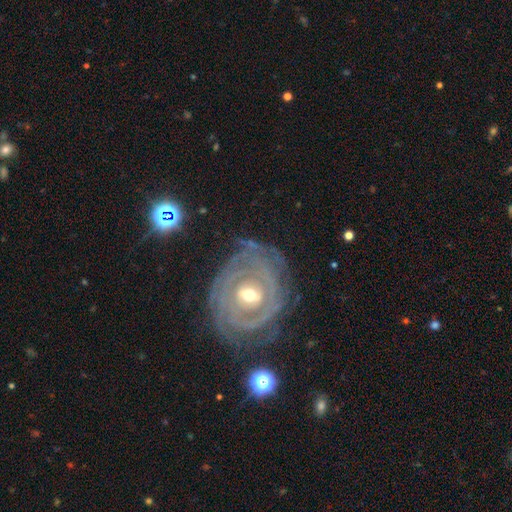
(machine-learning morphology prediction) Smooth or featured? featured or disk (85%)
Edge-on disk? no (96%)
Bar? no (46%)
Spiral arms? yes (90%)
Spiral winding? tight (82%)
Spiral arm count? can't tell (40%)
Bulge size? moderate (59%)
Merging? none (72%)